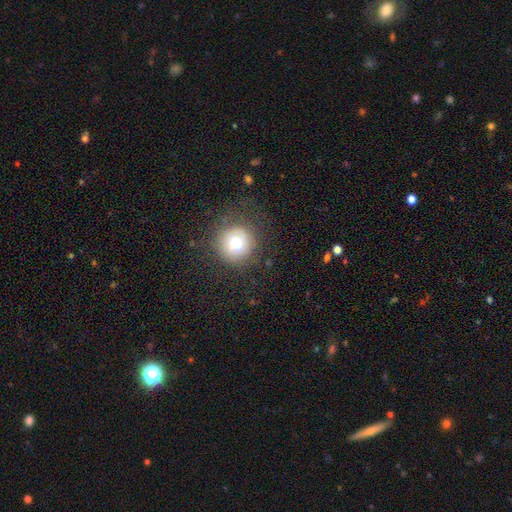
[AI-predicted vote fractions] Smooth or featured: smooth — 64% (star or artifact — 19%)
How rounded: round — 94% (in between — 5%)
Merging: none — 81% (minor disturbance — 10%)